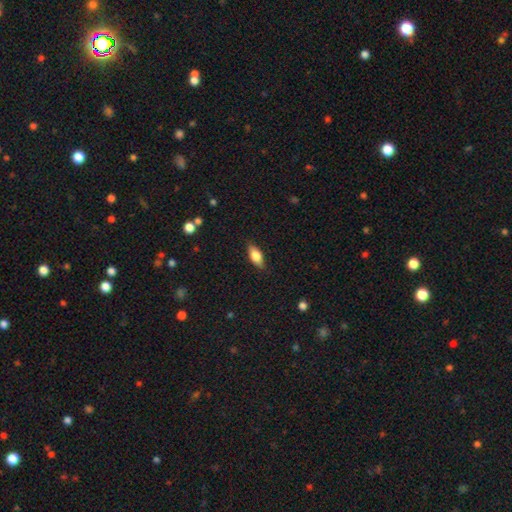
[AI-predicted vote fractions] smooth 74%, featured or disk 19%, star or artifact 7%. Down the decision tree: how rounded — in between (83%); merging — none (86%).